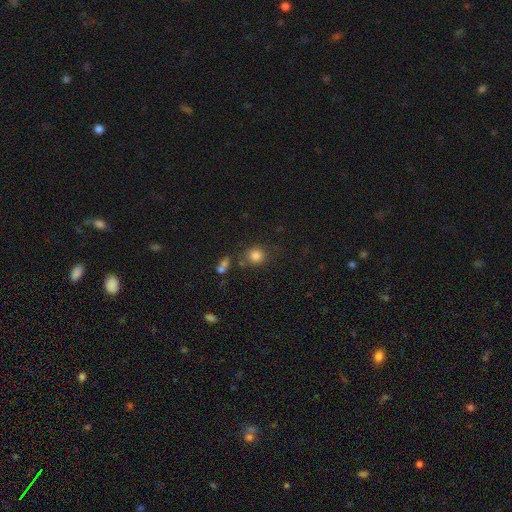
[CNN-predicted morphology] Smooth or featured? smooth (82%)
How rounded? round (85%)
Merging? none (73%)